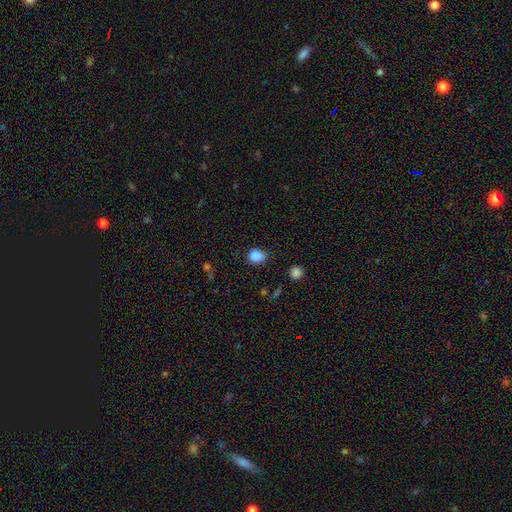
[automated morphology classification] Smooth or featured? smooth (85%)
How rounded? round (50%)
Merging? none (67%)